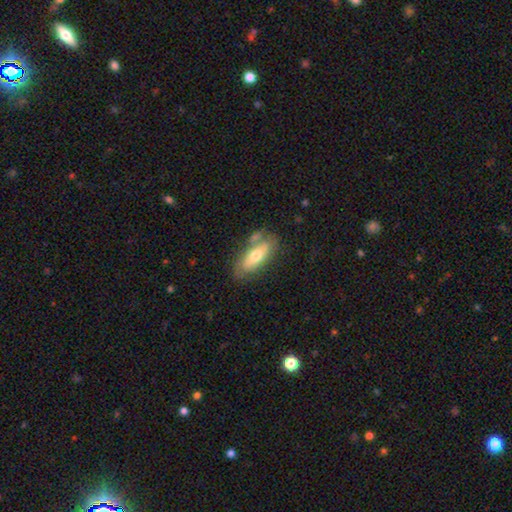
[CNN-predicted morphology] Overall: smooth (54%; featured or disk 40%). How rounded: in between (73%). Merging: none (65%).